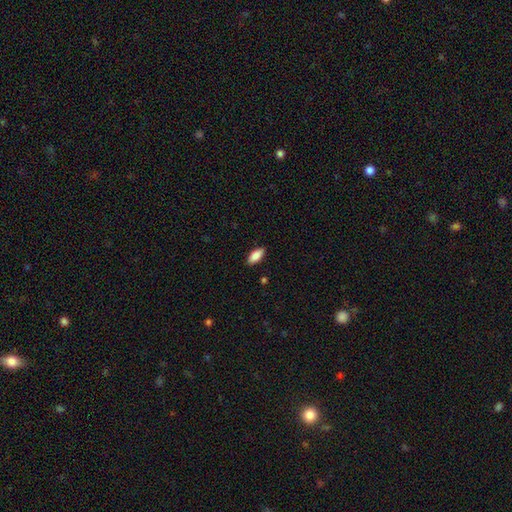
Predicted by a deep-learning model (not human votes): Q: Smooth or featured?
A: smooth (85%); runner-up: featured or disk (8%)
Q: How rounded?
A: in between (84%); runner-up: cigar-shaped (14%)
Q: Merging?
A: none (87%); runner-up: minor disturbance (10%)